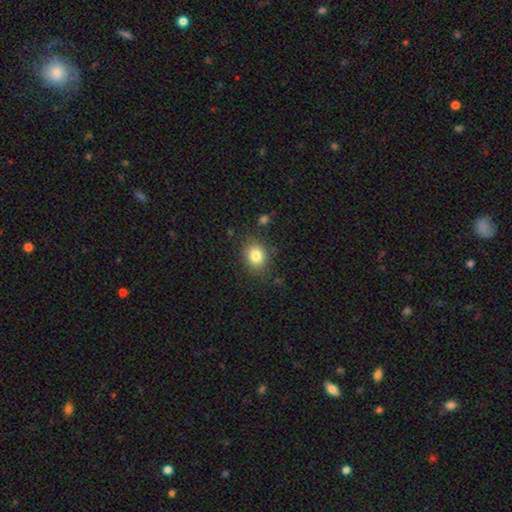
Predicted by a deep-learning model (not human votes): Morphology: type=smooth (82%); roundness=round (53%); merging=none (81%).